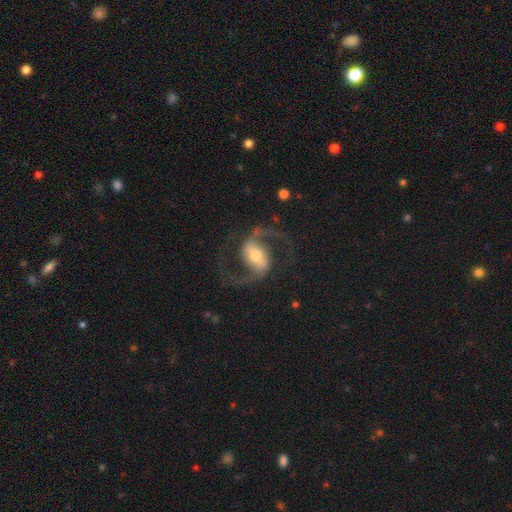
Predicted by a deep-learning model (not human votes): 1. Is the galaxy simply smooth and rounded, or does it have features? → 91% featured or disk, 5% smooth, 4% star or artifact.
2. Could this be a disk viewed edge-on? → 98% no, 2% yes.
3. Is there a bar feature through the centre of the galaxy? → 50% strong, 35% weak, 14% no.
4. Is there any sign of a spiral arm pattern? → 97% yes, 3% no.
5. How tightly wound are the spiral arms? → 56% medium, 37% loose, 8% tight.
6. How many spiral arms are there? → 94% 2, 1% can't tell, 1% 1, 1% 3, 1% 4, 1% more than 4.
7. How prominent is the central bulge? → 59% moderate, 29% small, 10% large, 2% dominant, 1% none.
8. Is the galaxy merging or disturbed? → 80% none, 10% minor disturbance, 9% major disturbance, 1% merger.